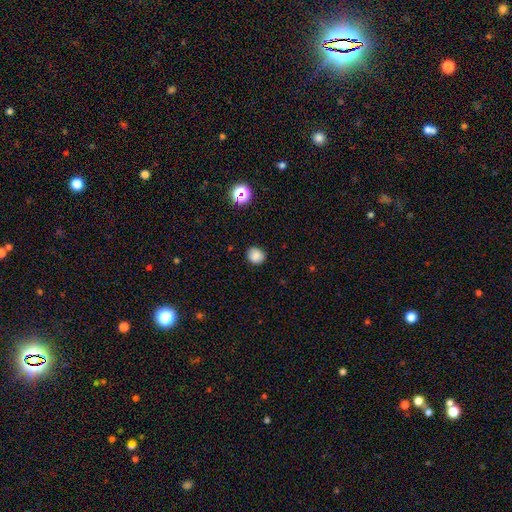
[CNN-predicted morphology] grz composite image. It shows a smooth galaxy with no disk features (84%) that is round (87%). Merging: none (89%).